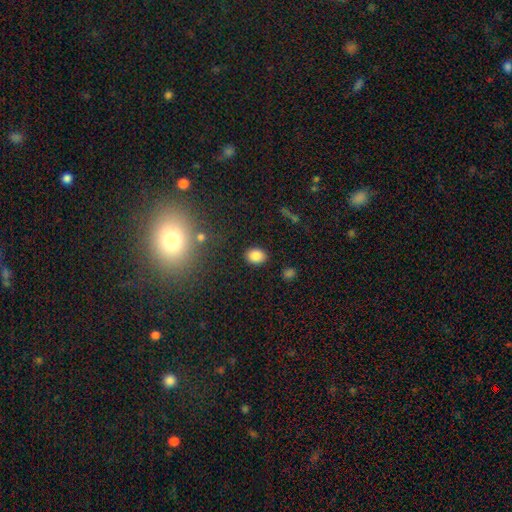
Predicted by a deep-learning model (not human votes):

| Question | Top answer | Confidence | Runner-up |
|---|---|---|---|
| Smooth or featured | smooth | 84% | star or artifact (11%) |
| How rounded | in between | 53% | round (46%) |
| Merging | none | 87% | minor disturbance (8%) |